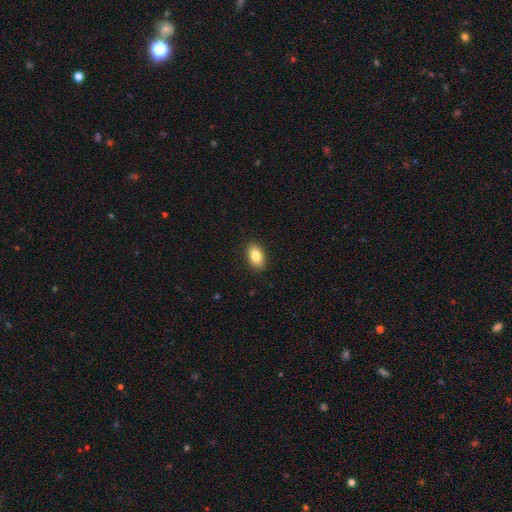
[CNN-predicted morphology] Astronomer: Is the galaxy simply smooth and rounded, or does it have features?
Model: smooth — 83%.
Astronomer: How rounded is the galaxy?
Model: in between — 90%.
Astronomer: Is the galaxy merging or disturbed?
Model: none — 89%.